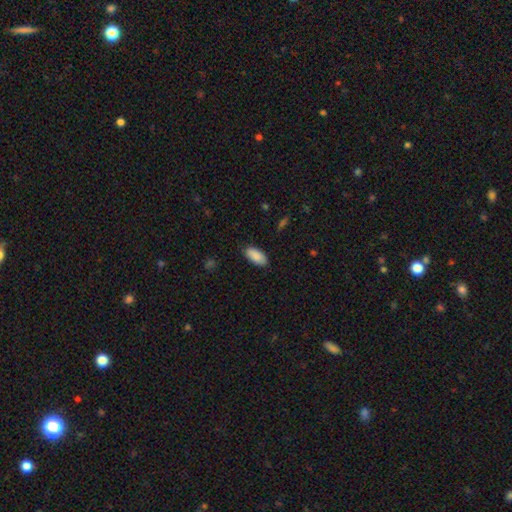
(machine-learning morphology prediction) Overall: smooth (89%). How rounded: in between (93%). Merging: none (86%).